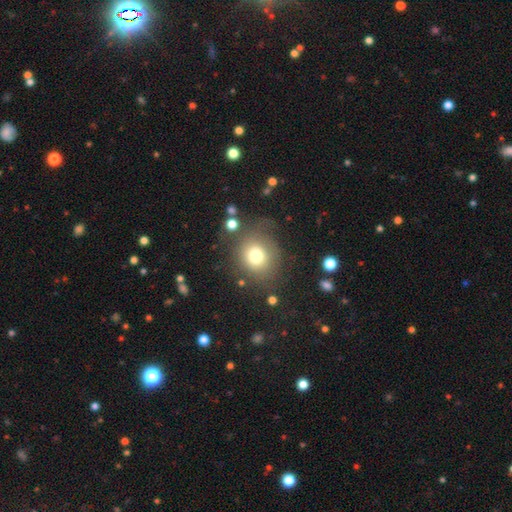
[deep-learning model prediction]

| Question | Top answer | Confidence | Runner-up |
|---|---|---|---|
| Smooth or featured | smooth | 74% | featured or disk (13%) |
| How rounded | round | 78% | in between (21%) |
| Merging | none | 65% | minor disturbance (18%) |